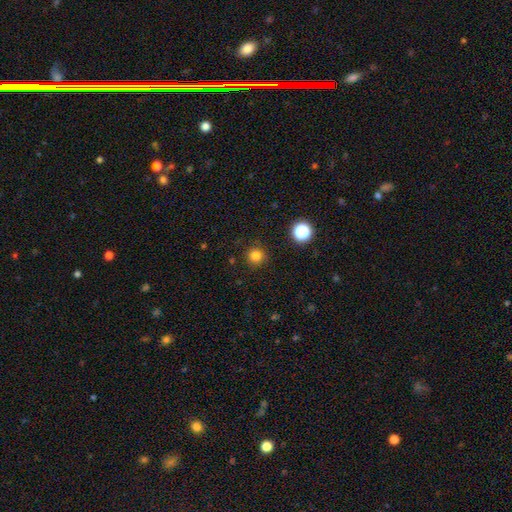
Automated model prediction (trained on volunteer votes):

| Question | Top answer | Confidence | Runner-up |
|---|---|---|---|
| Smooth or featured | smooth | 81% | star or artifact (15%) |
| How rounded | round | 94% | in between (5%) |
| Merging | none | 88% | minor disturbance (8%) |